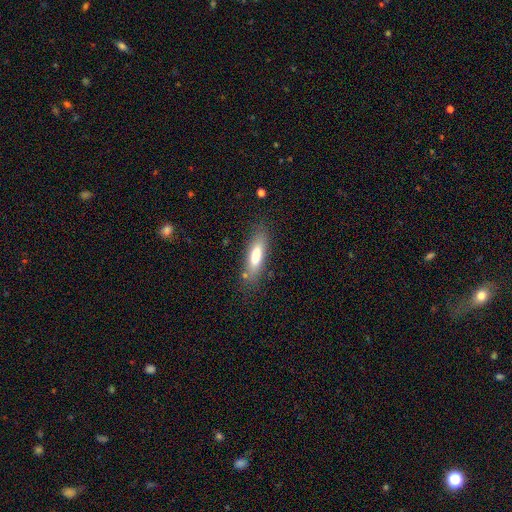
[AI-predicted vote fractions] Smooth or featured? smooth (74%)
How rounded? cigar-shaped (56%)
Merging? none (80%)